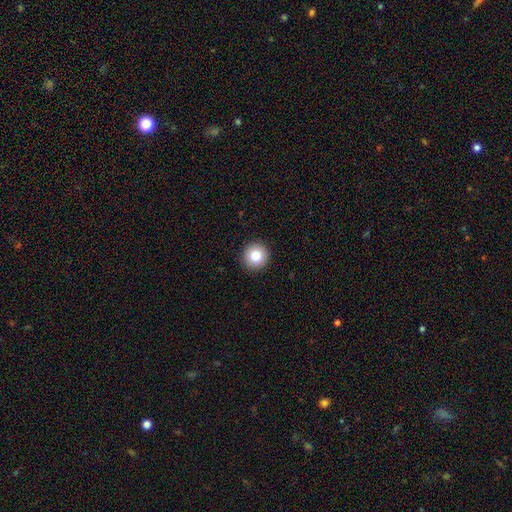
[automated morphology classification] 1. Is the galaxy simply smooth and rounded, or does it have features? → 83% smooth, 9% star or artifact, 8% featured or disk.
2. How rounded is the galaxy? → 95% round, 4% in between, 1% cigar-shaped.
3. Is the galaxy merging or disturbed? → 93% none, 5% minor disturbance, 2% major disturbance, 1% merger.